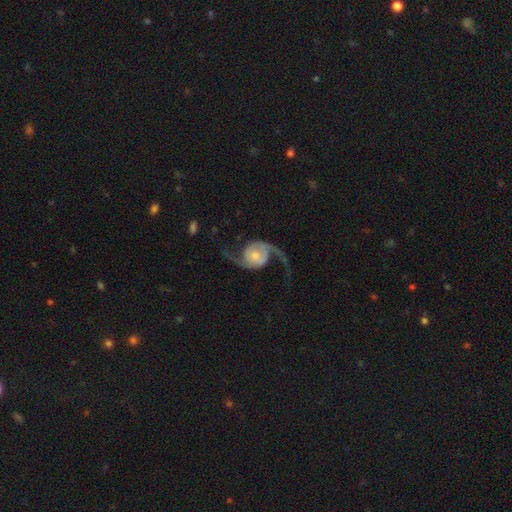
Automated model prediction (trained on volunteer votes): smooth_or_featured: featured or disk (p=0.91) [alt: smooth p=0.05]
disk_edge_on: no (p=0.98) [alt: yes p=0.02]
bar: no (p=0.65) [alt: weak p=0.27]
has_spiral_arms: yes (p=0.98) [alt: no p=0.02]
spiral_winding: loose (p=0.77) [alt: medium p=0.19]
spiral_arm_count: 2 (p=0.94) [alt: 1 p=0.02]
bulge_size: small (p=0.39) [alt: moderate p=0.36]
merging: none (p=0.69) [alt: minor disturbance p=0.14]